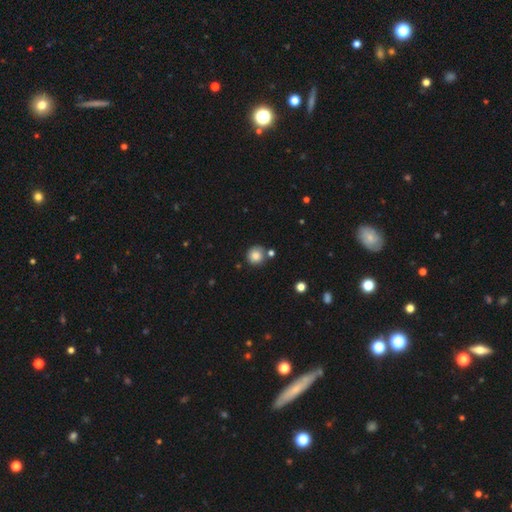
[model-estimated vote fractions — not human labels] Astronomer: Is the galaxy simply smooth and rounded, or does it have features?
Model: smooth — 84%.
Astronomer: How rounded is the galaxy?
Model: round — 93%.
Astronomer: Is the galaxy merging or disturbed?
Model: none — 78%.